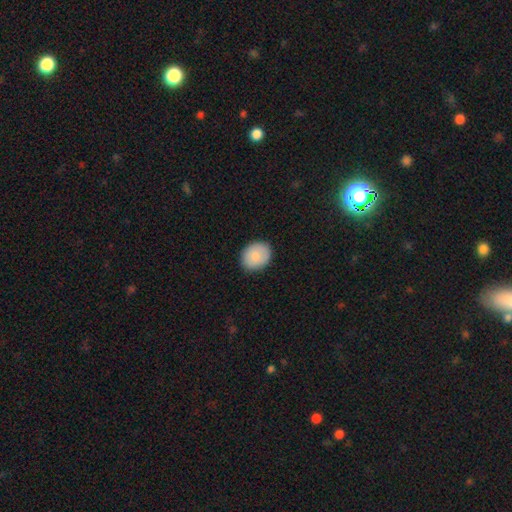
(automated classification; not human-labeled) This appears to be a smooth galaxy with no disk features (81%) that is round (56%). Merging: none (88%).